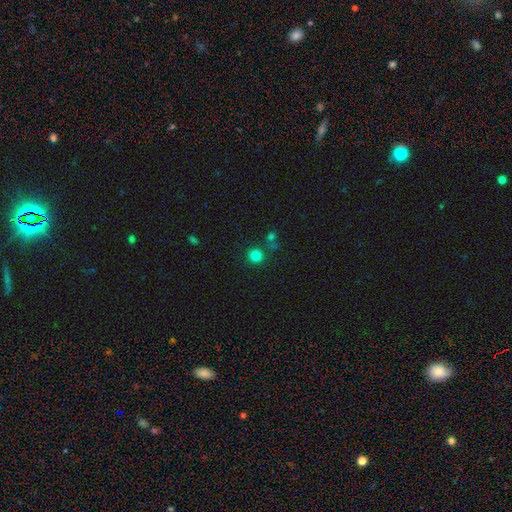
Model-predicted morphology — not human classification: Smooth or featured? smooth (81%)
How rounded? round (93%)
Merging? none (79%)